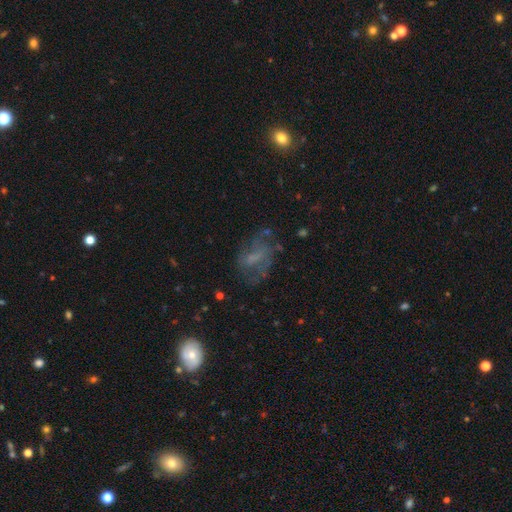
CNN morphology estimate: type=featured or disk (52%); edge-on=no (96%); merging=none (52%).